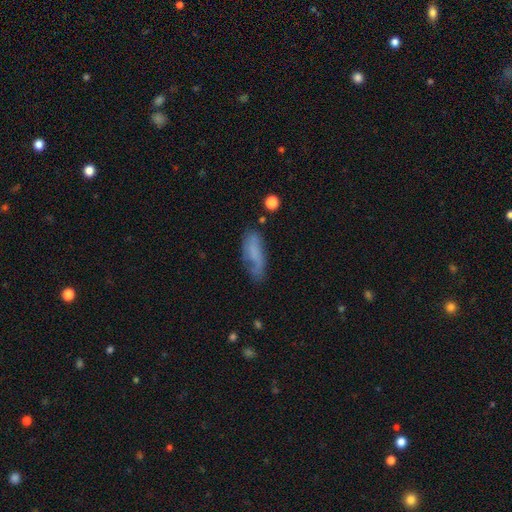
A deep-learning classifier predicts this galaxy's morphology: smooth_or_featured: smooth (p=0.59) [alt: featured or disk p=0.31]
how_rounded: in between (p=0.61) [alt: cigar-shaped p=0.37]
merging: none (p=0.58) [alt: minor disturbance p=0.26]